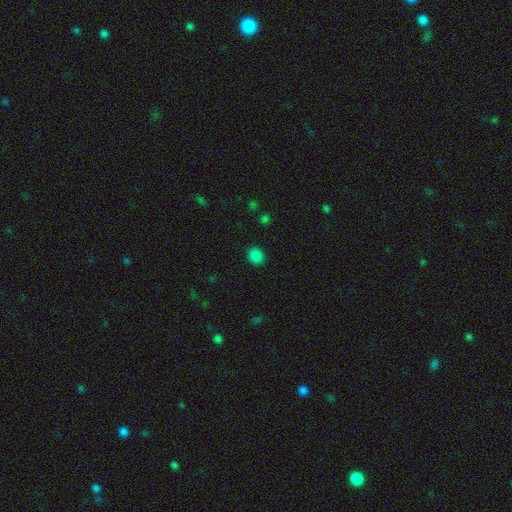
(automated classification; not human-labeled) Smooth or featured?
  - smooth: 84% *
  - star or artifact: 13%
  - featured or disk: 4%
How rounded?
  - round: 64% *
  - in between: 35%
  - cigar-shaped: 1%
Merging?
  - none: 89% *
  - minor disturbance: 7%
  - major disturbance: 2%
  - merger: 1%